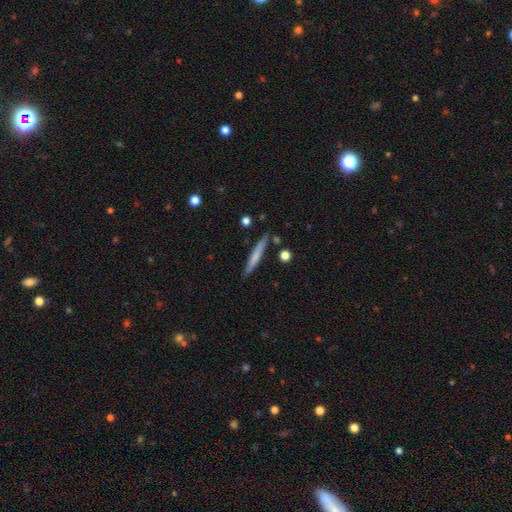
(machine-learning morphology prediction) Overall: smooth (63%; featured or disk 32%). How rounded: cigar-shaped (95%). Merging: none (86%).